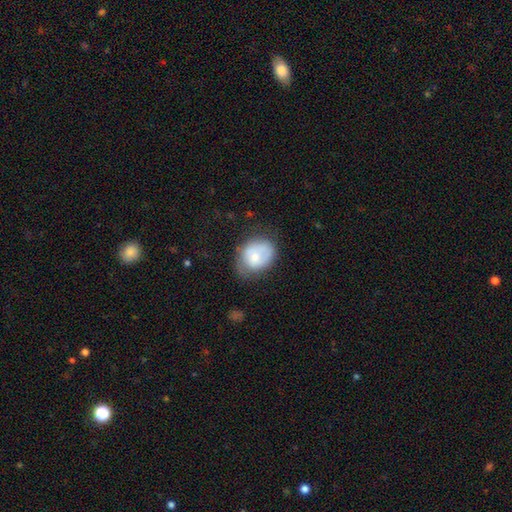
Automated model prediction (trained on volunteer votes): Smooth or featured?
  - smooth: 64% *
  - featured or disk: 29%
  - star or artifact: 7%
How rounded?
  - in between: 53% *
  - round: 46%
  - cigar-shaped: 1%
Merging?
  - none: 53% *
  - minor disturbance: 31%
  - major disturbance: 14%
  - merger: 3%